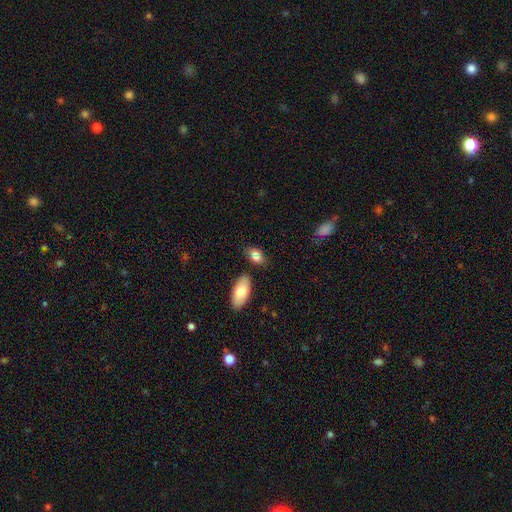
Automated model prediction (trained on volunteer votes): Smooth or featured?
  - smooth: 81% *
  - featured or disk: 10%
  - star or artifact: 9%
How rounded?
  - in between: 87% *
  - round: 9%
  - cigar-shaped: 4%
Merging?
  - none: 62% *
  - minor disturbance: 17%
  - merger: 15%
  - major disturbance: 5%